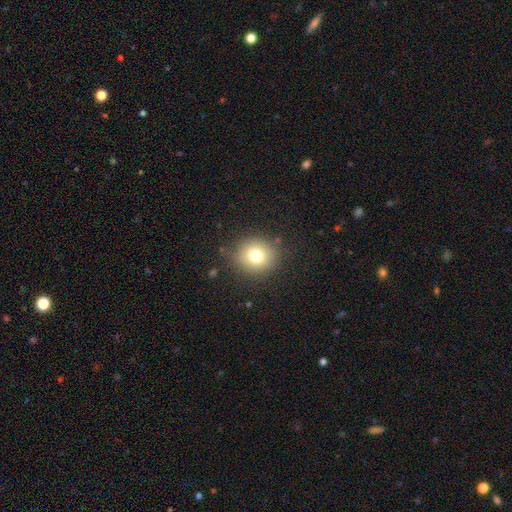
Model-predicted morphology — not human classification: Smooth or featured? smooth (76%)
How rounded? round (86%)
Merging? none (84%)